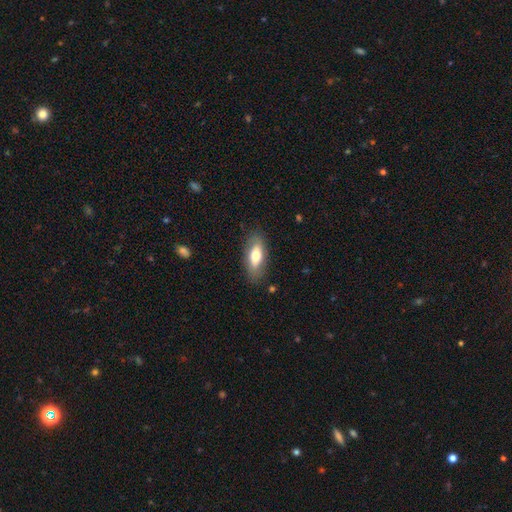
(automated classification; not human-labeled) Smooth or featured: smooth — 68% (featured or disk — 25%)
How rounded: in between — 81% (cigar-shaped — 15%)
Merging: none — 82% (minor disturbance — 13%)